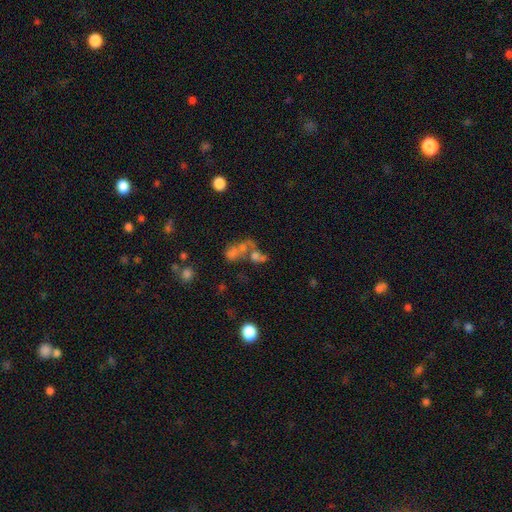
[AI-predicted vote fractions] Morphology: type=smooth (44%); merging=merger (53%).